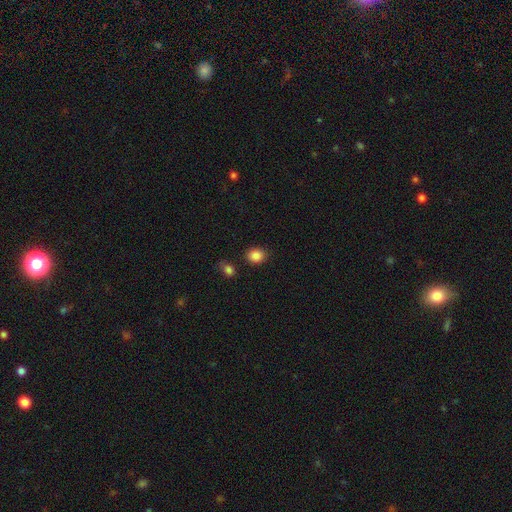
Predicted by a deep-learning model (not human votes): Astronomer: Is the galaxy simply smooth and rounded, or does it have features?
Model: smooth — 86%.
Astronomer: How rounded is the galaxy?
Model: round — 63%.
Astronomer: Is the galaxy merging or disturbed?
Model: none — 83%.